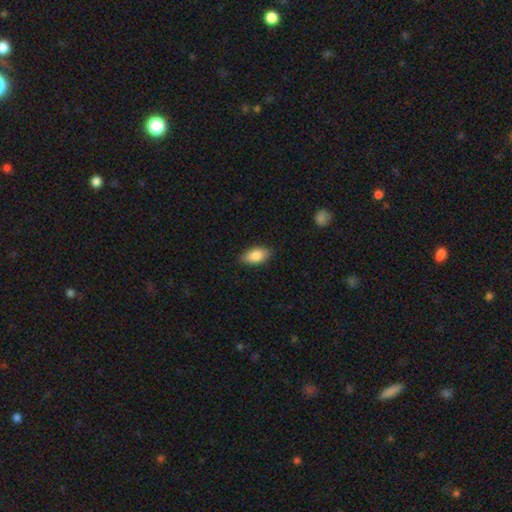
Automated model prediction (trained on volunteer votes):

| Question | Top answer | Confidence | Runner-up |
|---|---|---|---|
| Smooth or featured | smooth | 85% | featured or disk (8%) |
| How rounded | in between | 92% | cigar-shaped (4%) |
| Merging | none | 86% | minor disturbance (10%) |